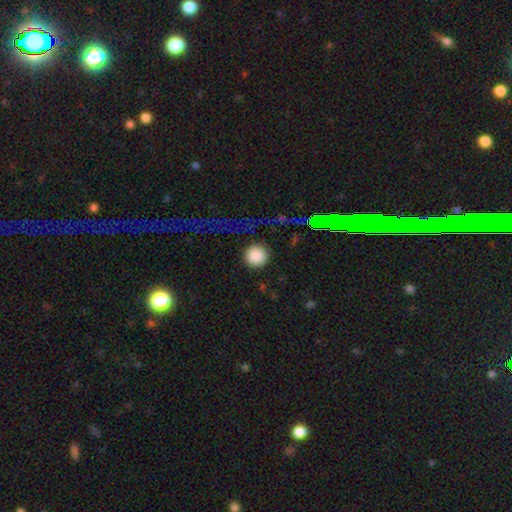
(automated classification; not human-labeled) A smooth galaxy with no disk features (87%) that is round (96%).

Vote fractions:
- Smooth or featured? smooth: 87% / star or artifact: 9% / featured or disk: 5%
- How rounded? round: 96% / in between: 3% / cigar-shaped: 1%
- Merging? none: 85% / minor disturbance: 7% / major disturbance: 6% / merger: 2%